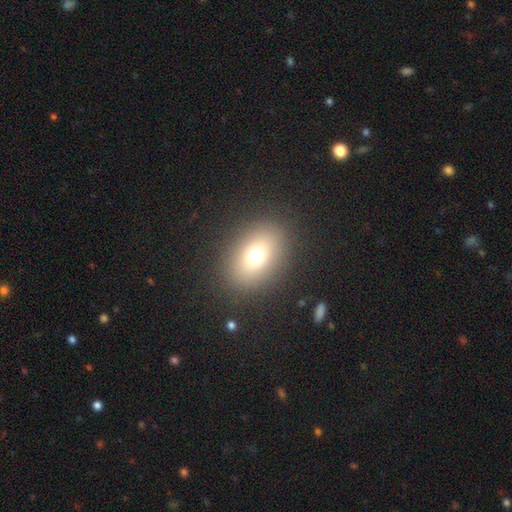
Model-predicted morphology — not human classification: type=smooth (69%); roundness=in between (62%); merging=none (87%).